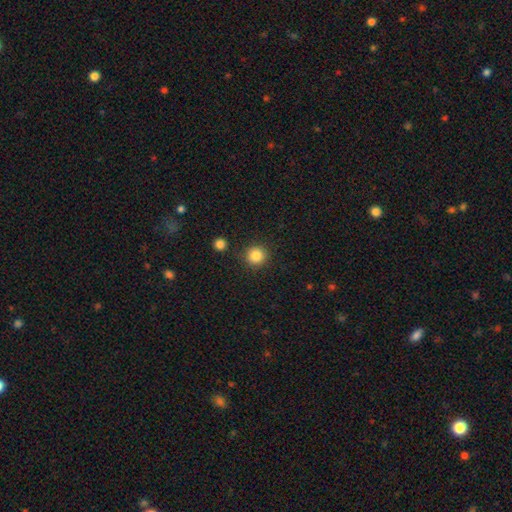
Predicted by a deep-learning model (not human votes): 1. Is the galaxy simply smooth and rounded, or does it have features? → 85% smooth, 11% star or artifact, 4% featured or disk.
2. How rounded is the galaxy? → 94% round, 5% in between, 1% cigar-shaped.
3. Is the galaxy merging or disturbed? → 89% none, 6% minor disturbance, 3% merger, 2% major disturbance.